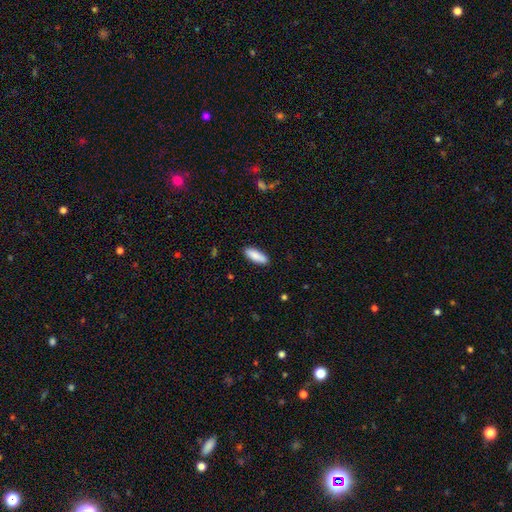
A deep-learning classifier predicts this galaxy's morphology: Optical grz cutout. It shows a smooth galaxy with no disk features (88%) that is in between round and cigar-shaped (59%). Merging: none (89%).